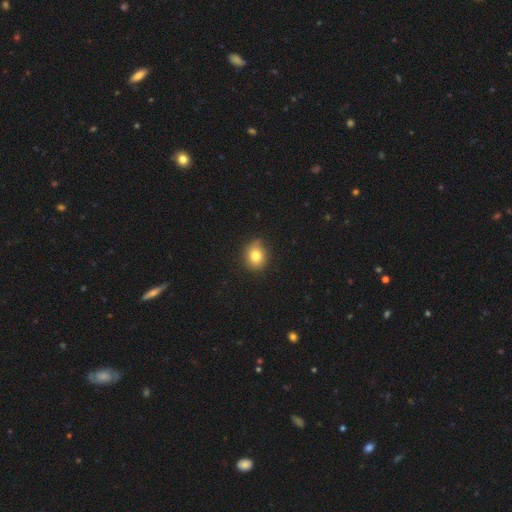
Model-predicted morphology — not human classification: Smooth or featured? smooth (79%)
How rounded? round (70%)
Merging? none (78%)